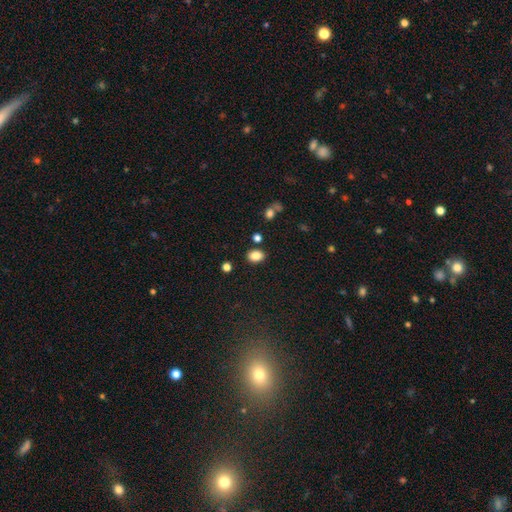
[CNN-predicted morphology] Overall: smooth (84%). How rounded: in between (69%; round 30%). Merging: none (83%).